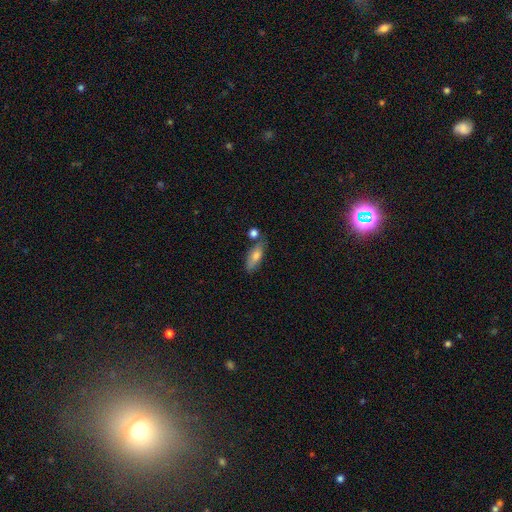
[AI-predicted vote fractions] Smooth or featured? smooth (74%)
How rounded? in between (69%)
Merging? none (66%)